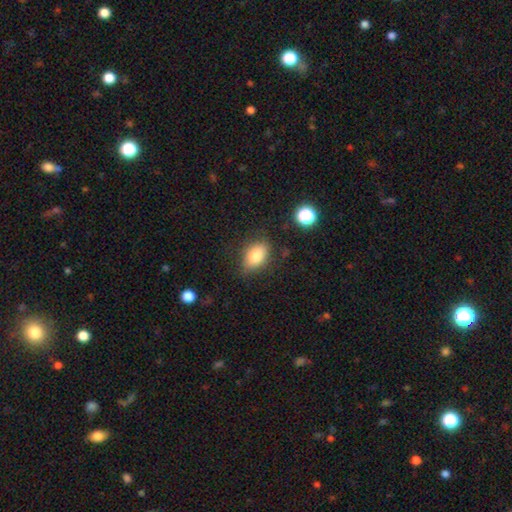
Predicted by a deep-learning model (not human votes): This appears to be a smooth galaxy with no disk features (81%) that is in between round and cigar-shaped (84%). Merging: none (78%).